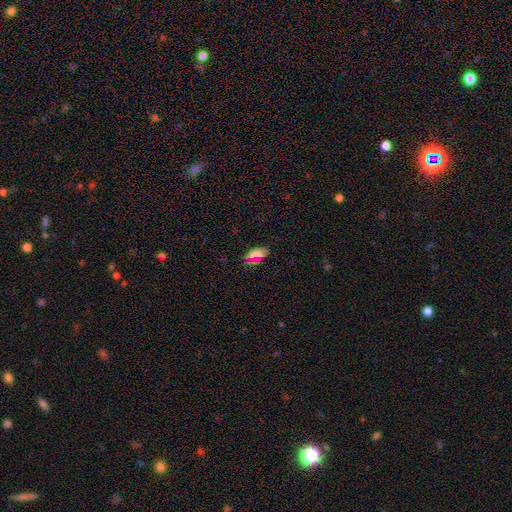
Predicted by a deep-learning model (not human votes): Smooth or featured? smooth (71%)
How rounded? in between (89%)
Merging? none (77%)